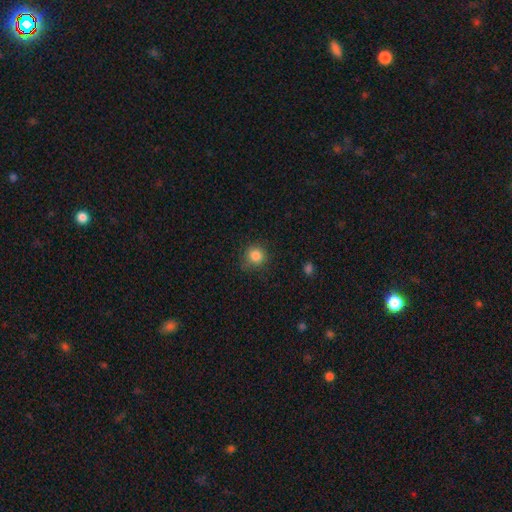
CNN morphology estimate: smooth_or_featured: smooth (p=0.85) [alt: star or artifact p=0.11]
how_rounded: round (p=0.89) [alt: in between p=0.10]
merging: none (p=0.80) [alt: minor disturbance p=0.15]